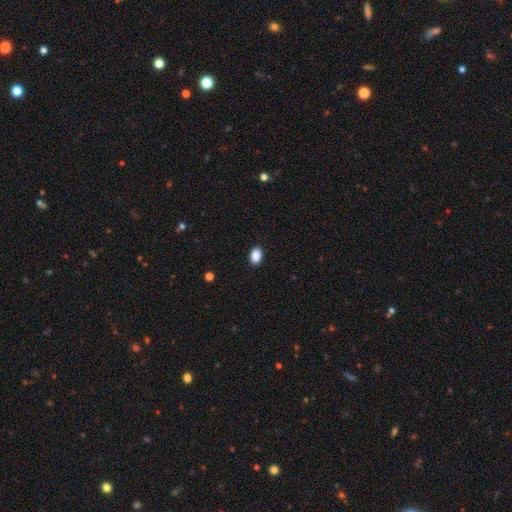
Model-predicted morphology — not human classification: type=smooth (90%); roundness=in between (84%); merging=none (90%).